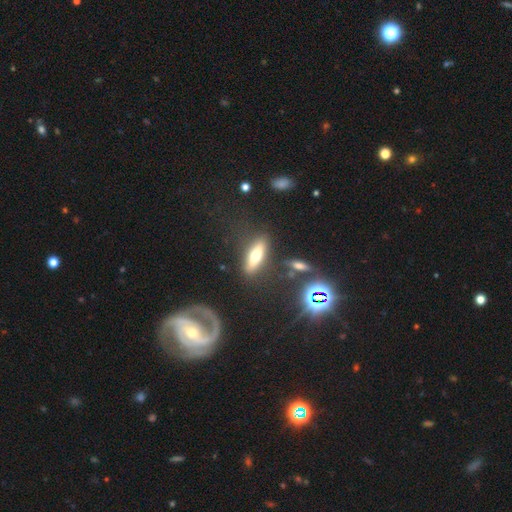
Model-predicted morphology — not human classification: smooth 53%, featured or disk 37%, star or artifact 10%. Down the decision tree: how rounded — cigar-shaped (53%); merging — none (79%).